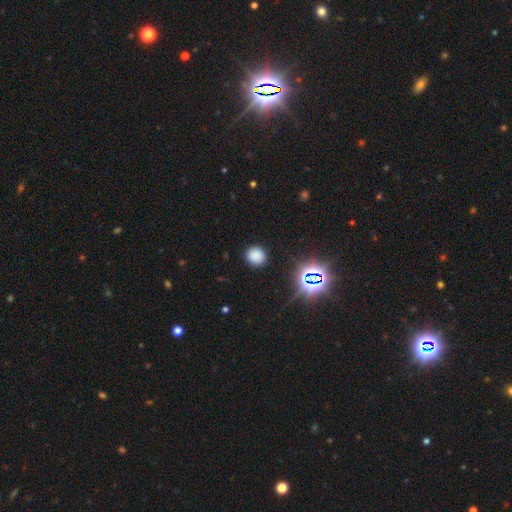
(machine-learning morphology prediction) This is likely a smooth galaxy (77%). How rounded: clearly round (87%). Merging: clearly none (88%).